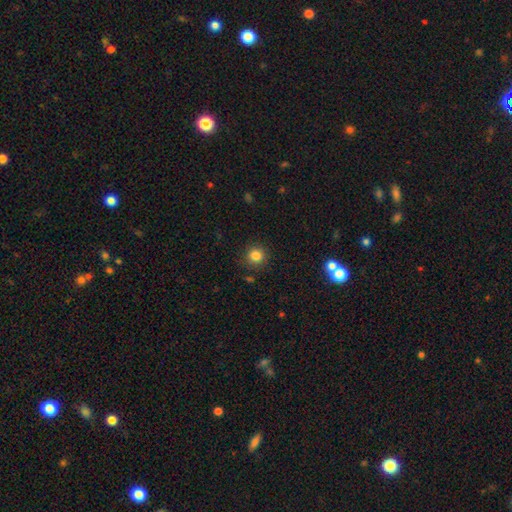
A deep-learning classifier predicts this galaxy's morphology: smooth 84%, star or artifact 12%, featured or disk 5%. Down the decision tree: how rounded — round (91%); merging — none (87%).